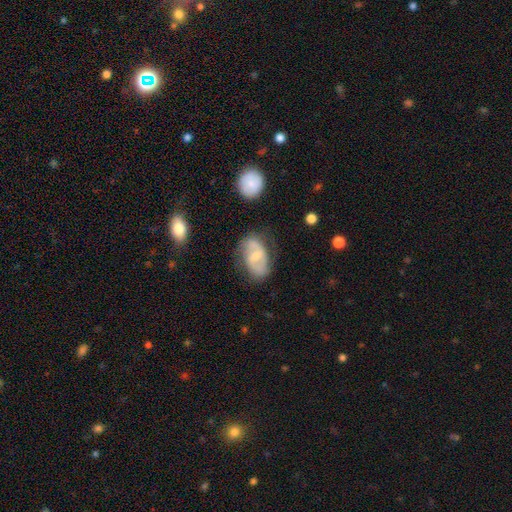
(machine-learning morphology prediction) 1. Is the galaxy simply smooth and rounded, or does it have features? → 64% featured or disk, 29% smooth, 7% star or artifact.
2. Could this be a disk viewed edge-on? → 96% no, 4% yes.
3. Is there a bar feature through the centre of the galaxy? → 52% weak, 28% no, 19% strong.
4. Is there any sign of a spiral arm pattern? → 82% yes, 18% no.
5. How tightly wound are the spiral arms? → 47% medium, 32% loose, 20% tight.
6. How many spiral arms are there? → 83% 2, 11% can't tell, 3% 1, 1% 3, 1% 4, 1% more than 4.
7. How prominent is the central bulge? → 49% small, 40% moderate, 7% none, 3% large, 1% dominant.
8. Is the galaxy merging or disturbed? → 66% none, 22% minor disturbance, 9% major disturbance, 3% merger.